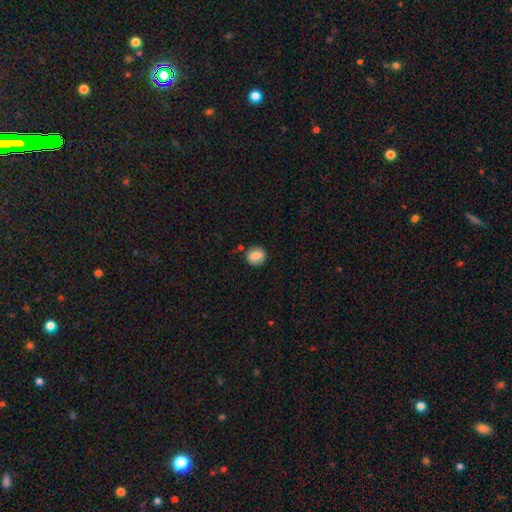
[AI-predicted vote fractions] A smooth galaxy with no disk features (78%) that is round (79%).

Vote fractions:
- Smooth or featured? smooth: 78% / featured or disk: 13% / star or artifact: 9%
- How rounded? round: 79% / in between: 20% / cigar-shaped: 1%
- Merging? none: 84% / minor disturbance: 10% / merger: 3% / major disturbance: 3%